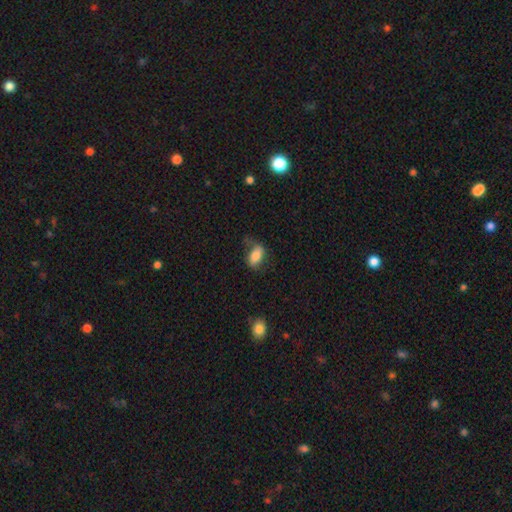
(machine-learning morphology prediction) A smooth galaxy with no disk features (79%) that is in between round and cigar-shaped (88%). Merging: none (57%).